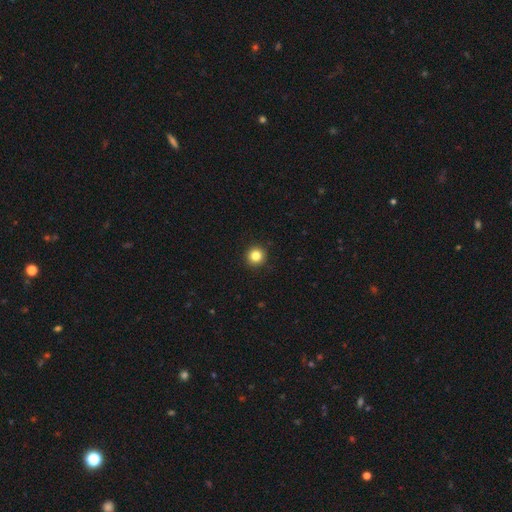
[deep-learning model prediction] The model was most divided on "smooth or featured": smooth: 84%, star or artifact: 11%, featured or disk: 5%. More confident: how rounded — round (95%); merging — none (93%).